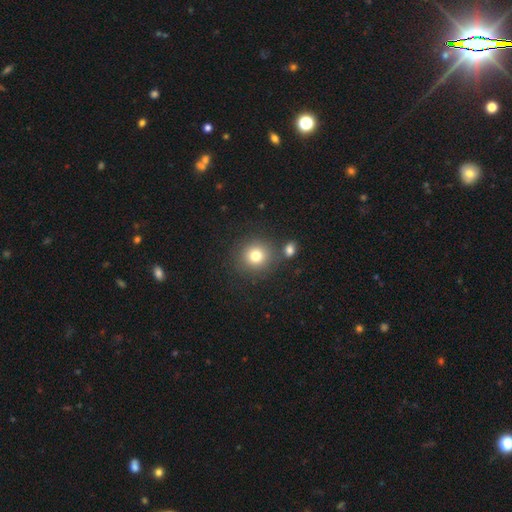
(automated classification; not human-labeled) smooth 79%, star or artifact 12%, featured or disk 9%. Down the decision tree: how rounded — round (91%); merging — none (78%).